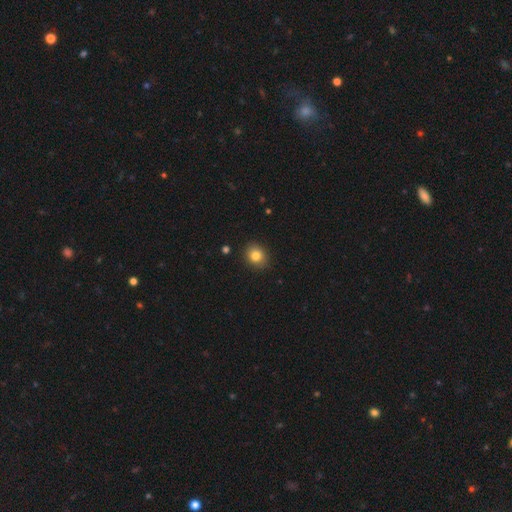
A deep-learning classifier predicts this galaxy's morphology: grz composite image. It shows a smooth galaxy with no disk features (82%) that is round (67%). Merging: none (89%).